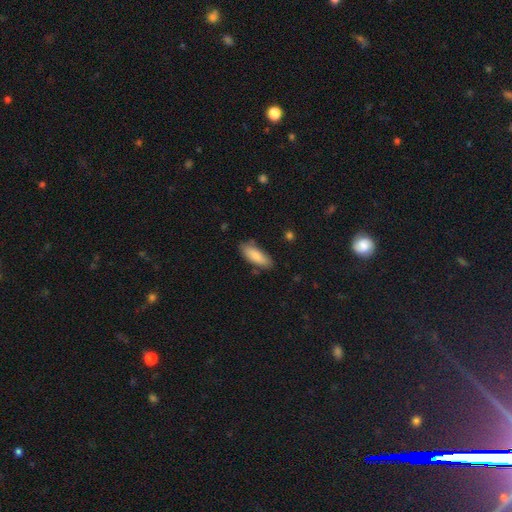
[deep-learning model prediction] smooth_or_featured: smooth (p=0.84) [alt: featured or disk p=0.11]
how_rounded: in between (p=0.70) [alt: cigar-shaped p=0.28]
merging: none (p=0.79) [alt: minor disturbance p=0.15]